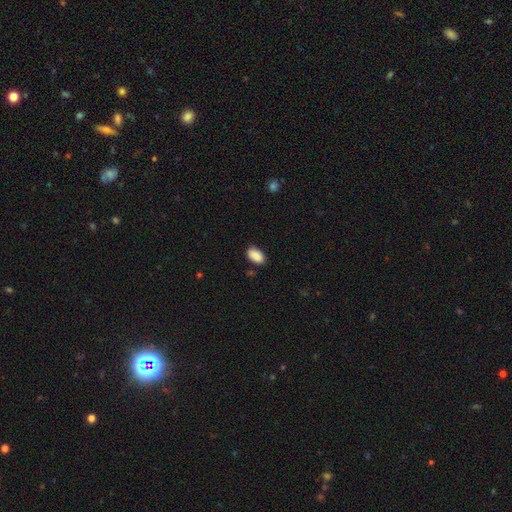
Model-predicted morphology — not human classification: smooth_or_featured: smooth (p=0.89) [alt: star or artifact p=0.07]
how_rounded: in between (p=0.93) [alt: round p=0.04]
merging: none (p=0.83) [alt: minor disturbance p=0.13]